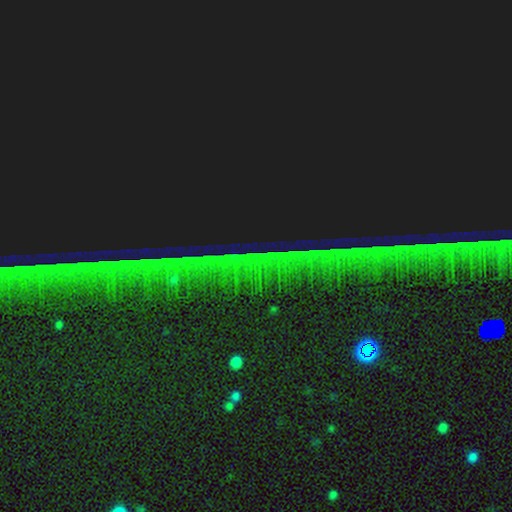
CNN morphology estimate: A star or artifact, not a galaxy (86%).